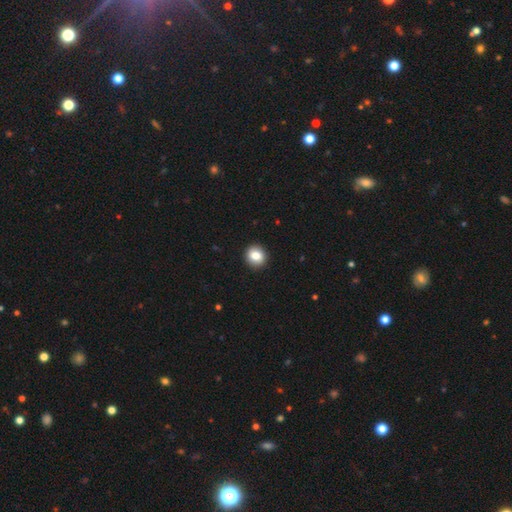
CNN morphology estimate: Smooth or featured: smooth — 83% (star or artifact — 9%)
How rounded: round — 83% (in between — 16%)
Merging: none — 92% (minor disturbance — 5%)